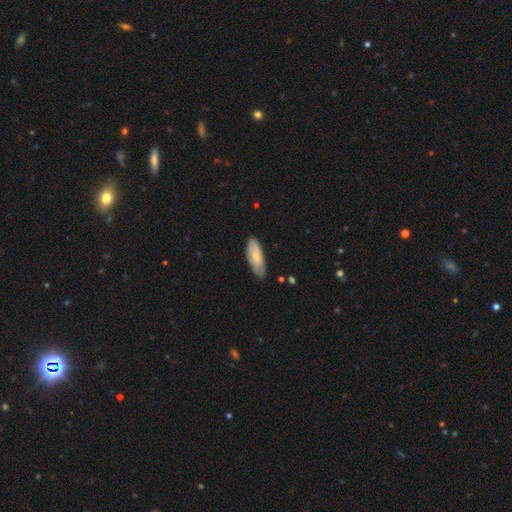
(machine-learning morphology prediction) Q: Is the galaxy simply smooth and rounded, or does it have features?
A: smooth — 74%.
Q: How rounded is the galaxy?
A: in between — 71%.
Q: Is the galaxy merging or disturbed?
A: none — 76%.